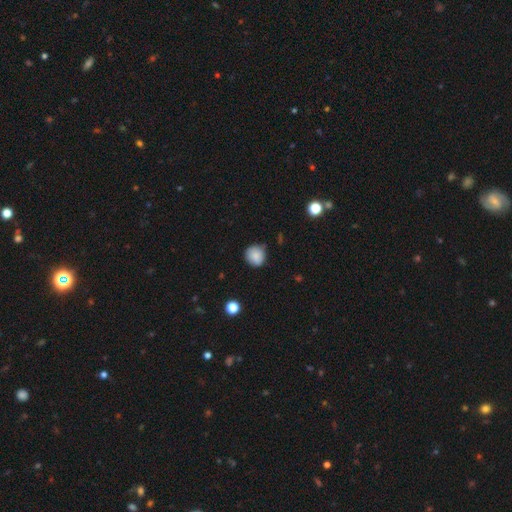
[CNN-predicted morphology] smooth-or-featured: smooth: 86% | star or artifact: 9% | featured or disk: 6%
  how-rounded: round: 89% | in between: 10% | cigar-shaped: 1%
  merging: none: 76% | minor disturbance: 19% | major disturbance: 3% | merger: 2%